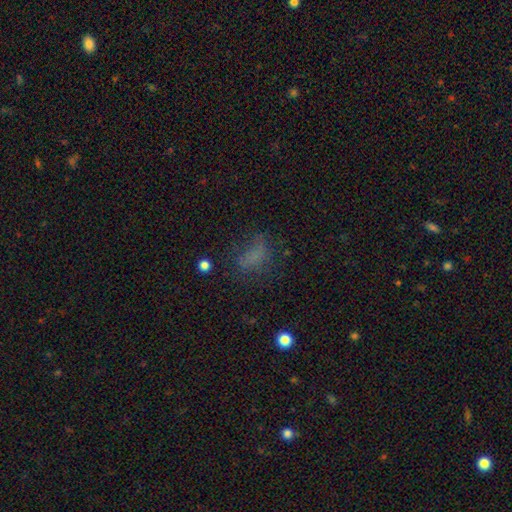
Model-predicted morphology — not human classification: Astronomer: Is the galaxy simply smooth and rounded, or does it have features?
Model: smooth — 60%.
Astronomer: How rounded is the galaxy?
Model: in between — 77%.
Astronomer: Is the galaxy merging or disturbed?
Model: none — 47% (runner-up: major disturbance, 26%).